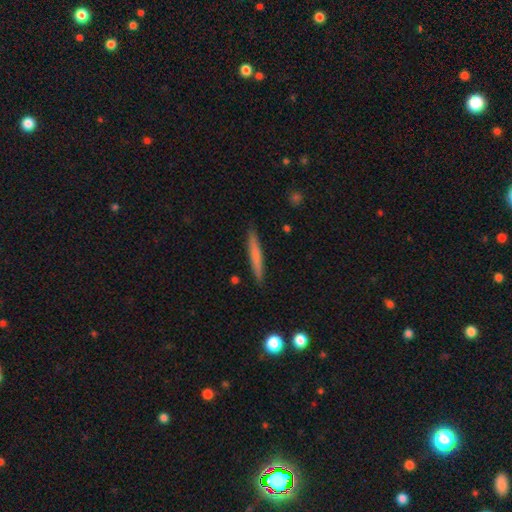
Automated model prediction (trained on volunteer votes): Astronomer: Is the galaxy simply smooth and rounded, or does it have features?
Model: smooth — 65%.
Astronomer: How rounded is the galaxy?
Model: cigar-shaped — 96%.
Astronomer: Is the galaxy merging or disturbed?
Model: none — 91%.